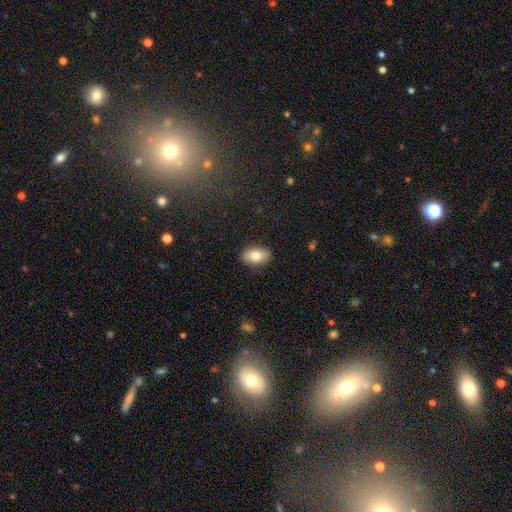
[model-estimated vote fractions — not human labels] Smooth or featured?
  - smooth: 82% *
  - featured or disk: 11%
  - star or artifact: 7%
How rounded?
  - in between: 92% *
  - round: 6%
  - cigar-shaped: 2%
Merging?
  - none: 88% *
  - minor disturbance: 9%
  - major disturbance: 2%
  - merger: 1%